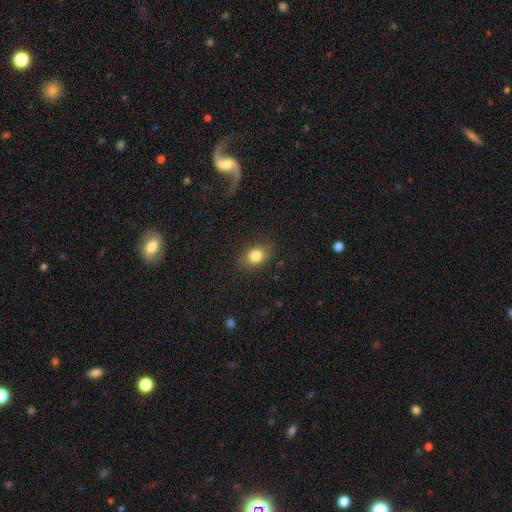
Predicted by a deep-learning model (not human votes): Smooth or featured? smooth (83%)
How rounded? in between (64%)
Merging? none (84%)